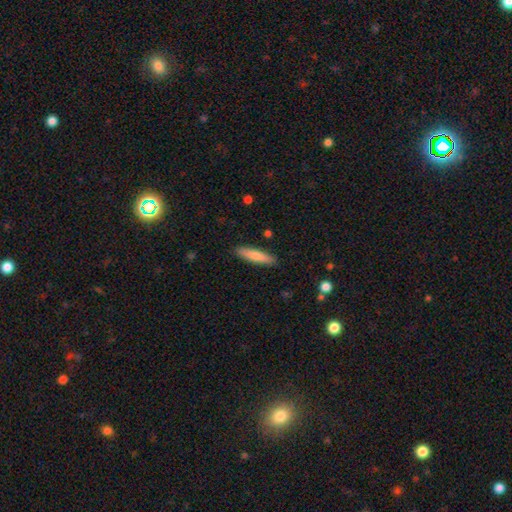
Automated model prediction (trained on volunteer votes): smooth-or-featured: smooth: 79% | featured or disk: 16% | star or artifact: 6%
  how-rounded: cigar-shaped: 79% | in between: 20% | round: 1%
  merging: none: 89% | minor disturbance: 8% | major disturbance: 2% | merger: 1%